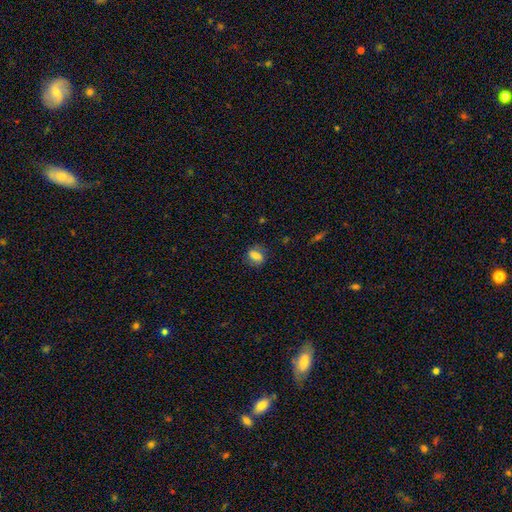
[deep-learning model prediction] smooth-or-featured: smooth: 77% | featured or disk: 13% | star or artifact: 10%
  how-rounded: in between: 61% | round: 36% | cigar-shaped: 4%
  merging: none: 78% | minor disturbance: 16% | major disturbance: 5% | merger: 2%